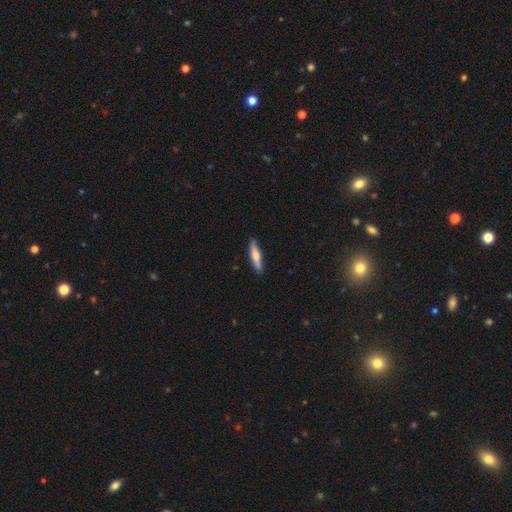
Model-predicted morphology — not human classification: Smooth or featured? smooth (64%)
How rounded? cigar-shaped (81%)
Merging? none (88%)